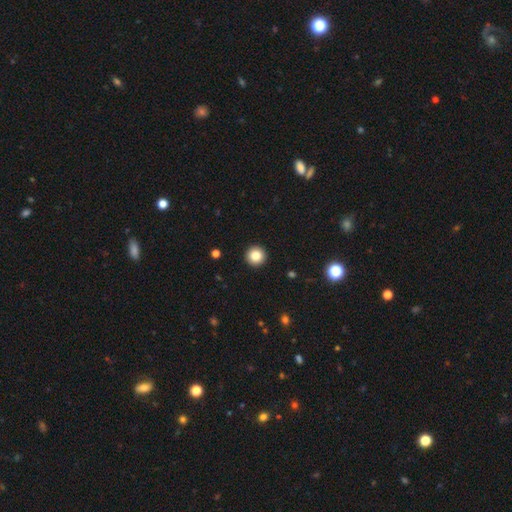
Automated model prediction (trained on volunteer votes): Overall: smooth (84%). How rounded: round (96%). Merging: none (94%).